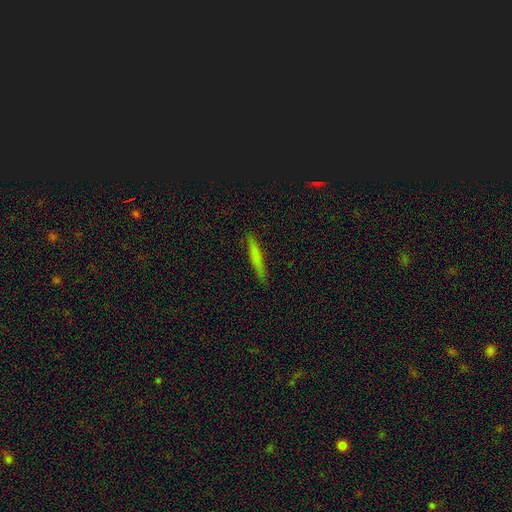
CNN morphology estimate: Overall: smooth (70%). How rounded: cigar-shaped (94%). Merging: none (86%).